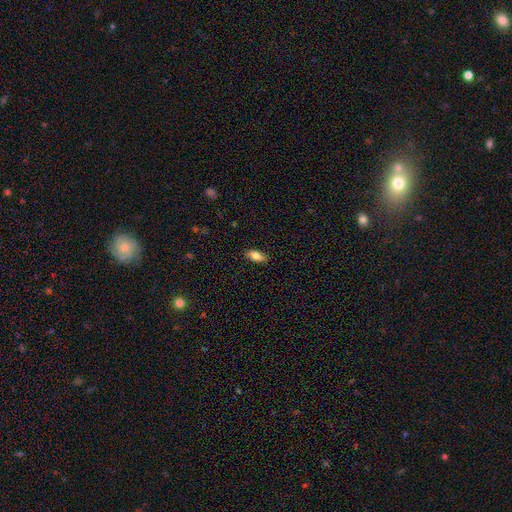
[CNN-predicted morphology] Q: Smooth or featured?
A: smooth (81%); runner-up: featured or disk (12%)
Q: How rounded?
A: in between (85%); runner-up: cigar-shaped (12%)
Q: Merging?
A: none (88%); runner-up: minor disturbance (9%)